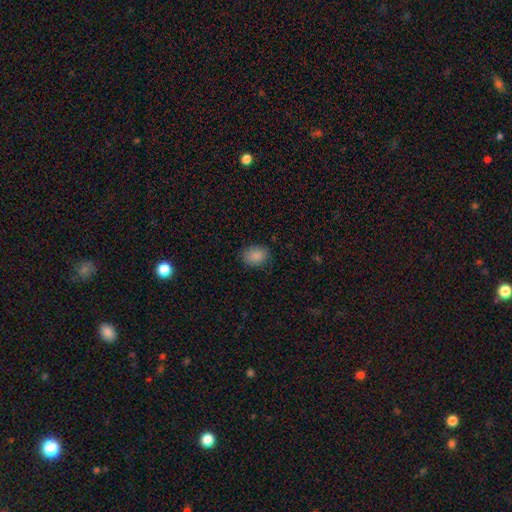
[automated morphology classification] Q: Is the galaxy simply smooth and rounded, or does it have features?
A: smooth — 88%.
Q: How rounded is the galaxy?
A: in between — 61%.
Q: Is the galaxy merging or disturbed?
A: none — 83%.